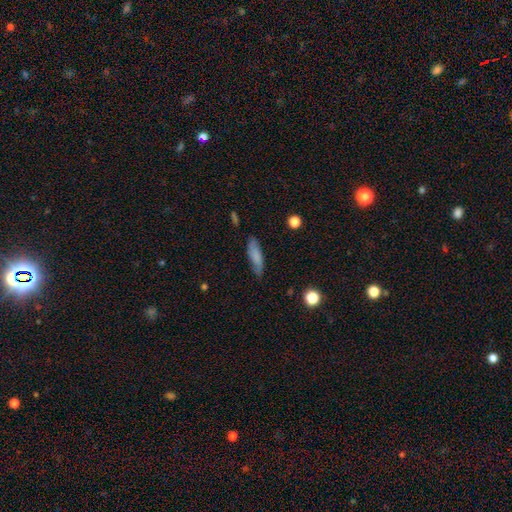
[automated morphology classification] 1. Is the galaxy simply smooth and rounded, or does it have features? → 68% smooth, 24% featured or disk, 8% star or artifact.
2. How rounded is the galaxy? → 55% in between, 43% cigar-shaped, 2% round.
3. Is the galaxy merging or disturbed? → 75% none, 19% minor disturbance, 4% major disturbance, 2% merger.